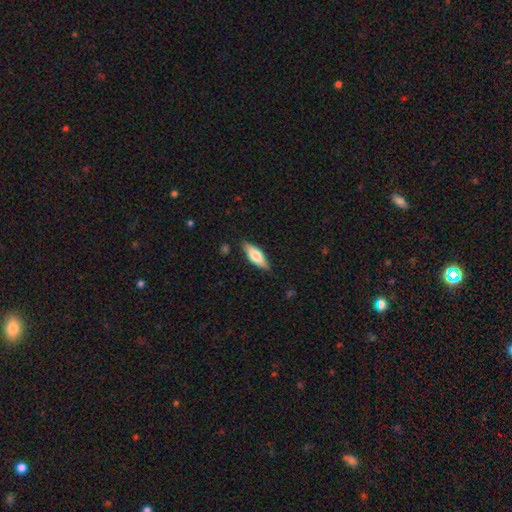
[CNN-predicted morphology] A smooth galaxy with no disk features (55%) that is in between round and cigar-shaped (53%).

Vote fractions:
- Smooth or featured? smooth: 55% / featured or disk: 39% / star or artifact: 6%
- How rounded? in between: 53% / cigar-shaped: 44% / round: 2%
- Merging? none: 86% / minor disturbance: 11% / major disturbance: 2% / merger: 1%